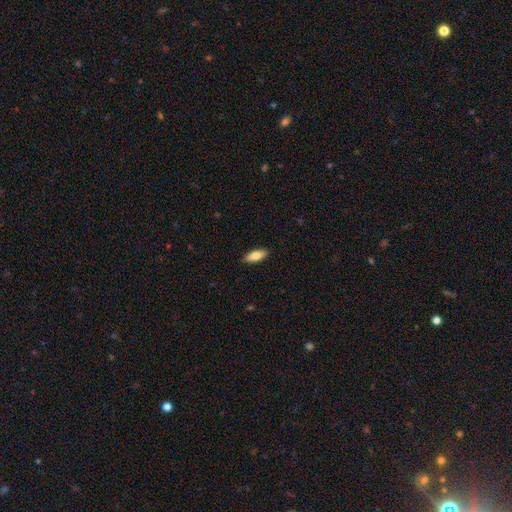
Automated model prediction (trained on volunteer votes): Q: Smooth or featured?
A: smooth (76%); runner-up: featured or disk (18%)
Q: How rounded?
A: in between (73%); runner-up: cigar-shaped (25%)
Q: Merging?
A: none (90%); runner-up: minor disturbance (8%)